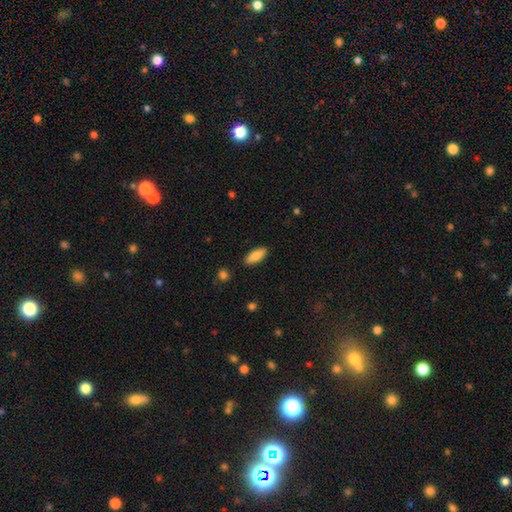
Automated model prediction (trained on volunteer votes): smooth-or-featured: smooth: 85% | featured or disk: 9% | star or artifact: 6%
  how-rounded: in between: 77% | cigar-shaped: 21% | round: 2%
  merging: none: 89% | minor disturbance: 8% | major disturbance: 2% | merger: 1%